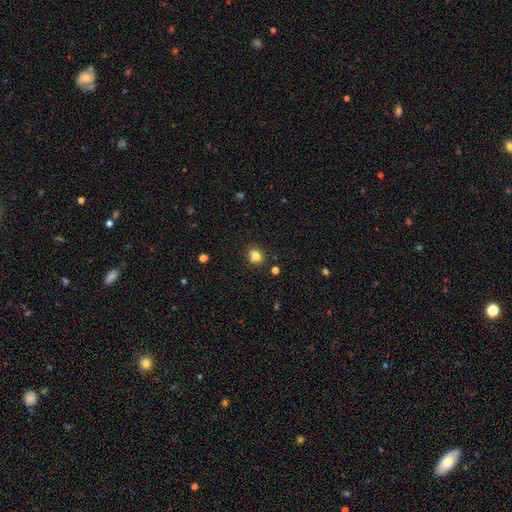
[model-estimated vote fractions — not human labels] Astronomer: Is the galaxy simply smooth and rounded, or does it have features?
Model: smooth — 79%.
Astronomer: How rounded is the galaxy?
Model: in between — 52% (runner-up: round, 47%).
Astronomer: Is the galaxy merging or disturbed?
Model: none — 70%.